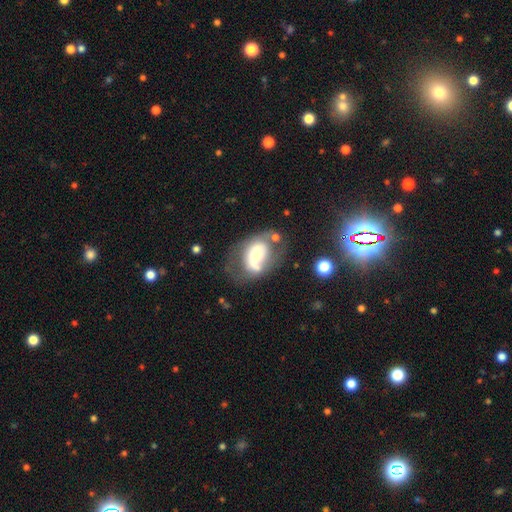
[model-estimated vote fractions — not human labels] smooth_or_featured: featured or disk (p=0.55) [alt: smooth p=0.37]
disk_edge_on: no (p=0.94) [alt: yes p=0.06]
bar: no (p=0.62) [alt: weak p=0.24]
has_spiral_arms: yes (p=0.50) [tied with: no p=0.50]
bulge_size: moderate (p=0.52) [alt: small p=0.28]
merging: none (p=0.40) [alt: minor disturbance p=0.24]